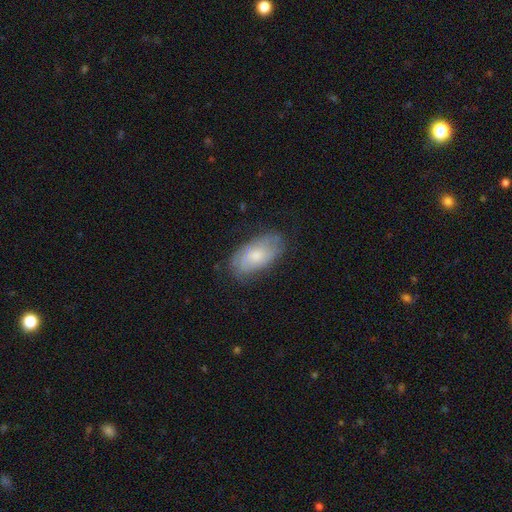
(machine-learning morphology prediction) Smooth or featured? Predicted: featured or disk (p=0.48). Merging? Predicted: none (p=0.69).